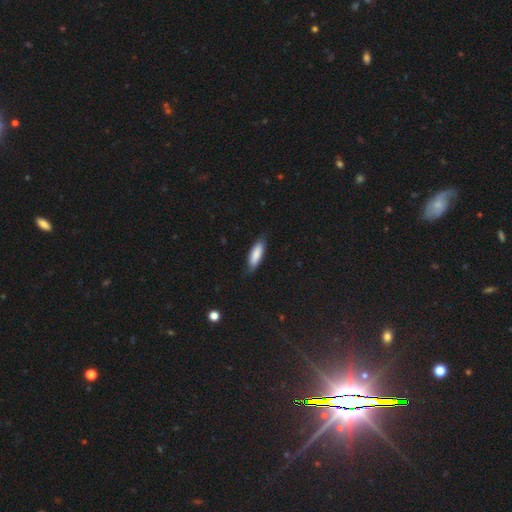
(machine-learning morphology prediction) type=smooth (83%); roundness=in between (53%); merging=none (79%).